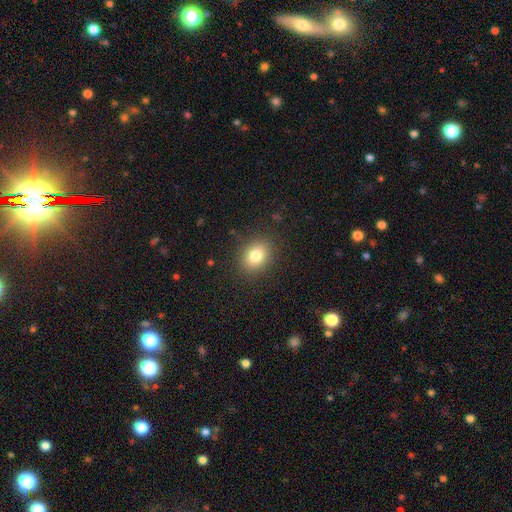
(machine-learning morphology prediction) Smooth or featured? smooth (80%)
How rounded? in between (50%)
Merging? none (87%)